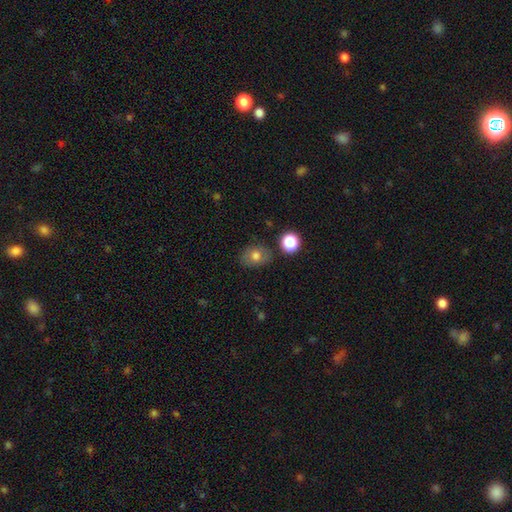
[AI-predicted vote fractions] Smooth or featured? Predicted: smooth (p=0.74). How rounded? Predicted: in between (p=0.52). Merging? Predicted: none (p=0.78).